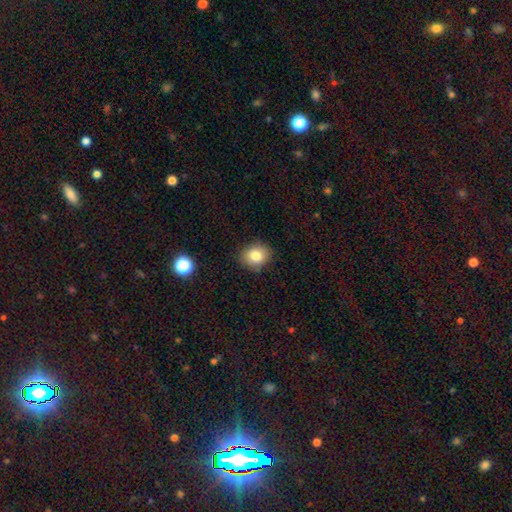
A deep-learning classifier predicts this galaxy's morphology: smooth-or-featured: smooth: 81% | star or artifact: 10% | featured or disk: 9%
  how-rounded: round: 67% | in between: 33% | cigar-shaped: 1%
  merging: none: 85% | minor disturbance: 11% | major disturbance: 2% | merger: 1%